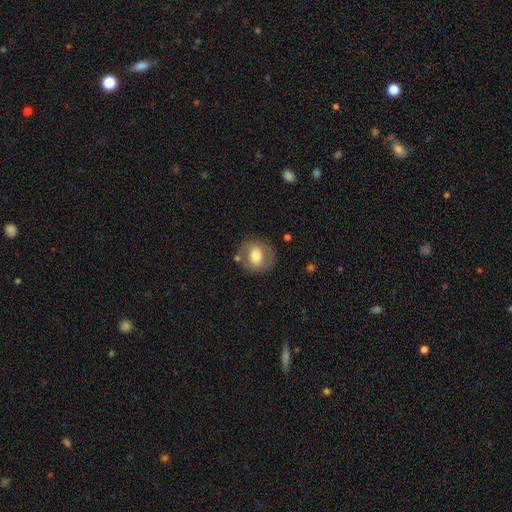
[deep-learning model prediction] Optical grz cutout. It shows a smooth galaxy with no disk features (61%) that is round (74%). Merging: none (76%).